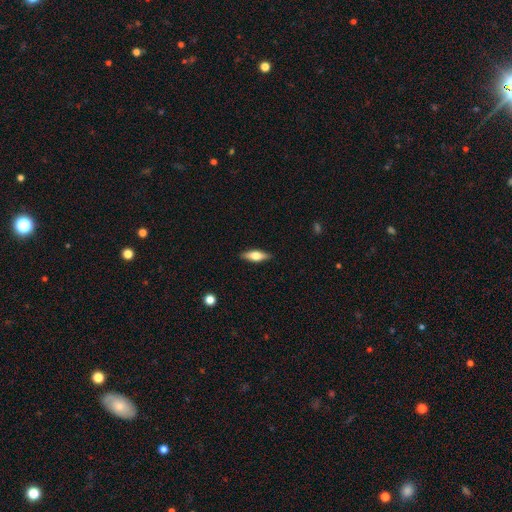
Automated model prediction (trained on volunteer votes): Morphology: type=smooth (57%); roundness=in between (56%); merging=none (89%).